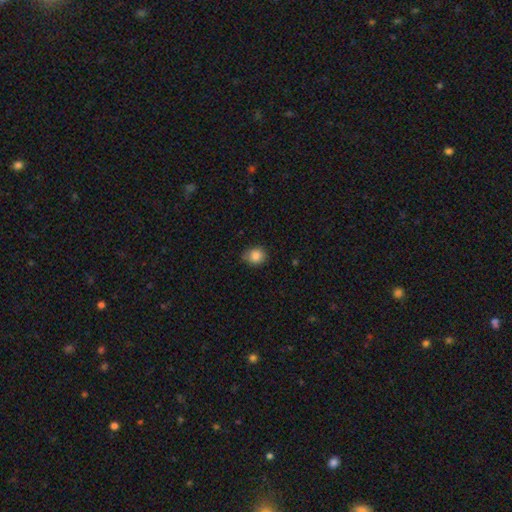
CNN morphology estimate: This is clearly a smooth galaxy (85%). How rounded: likely round (78%). Merging: likely none (73%).